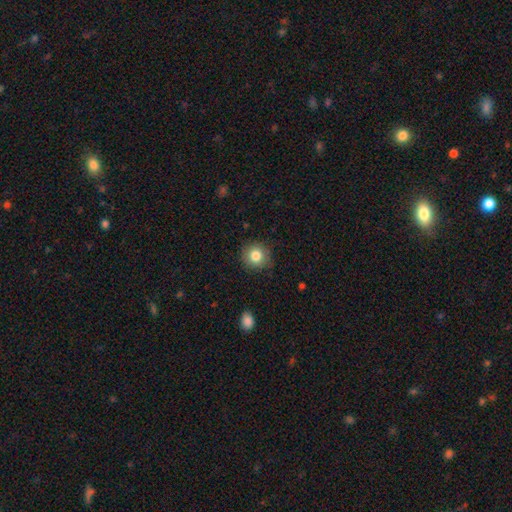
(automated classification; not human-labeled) smooth 83%, star or artifact 10%, featured or disk 7%. Down the decision tree: how rounded — round (91%); merging — none (87%).